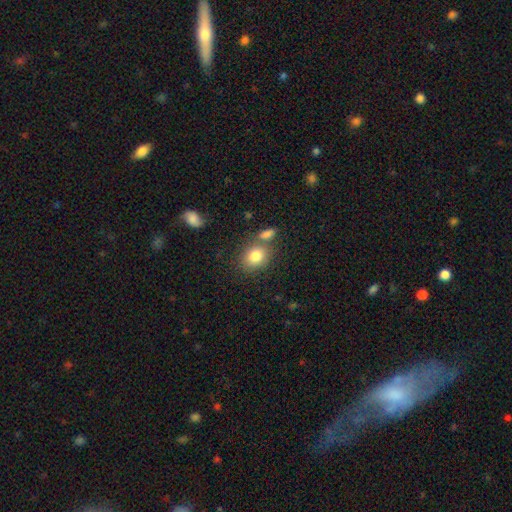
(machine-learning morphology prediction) A smooth galaxy with no disk features (82%) that is in between round and cigar-shaped (51%). Merging: none (62%).